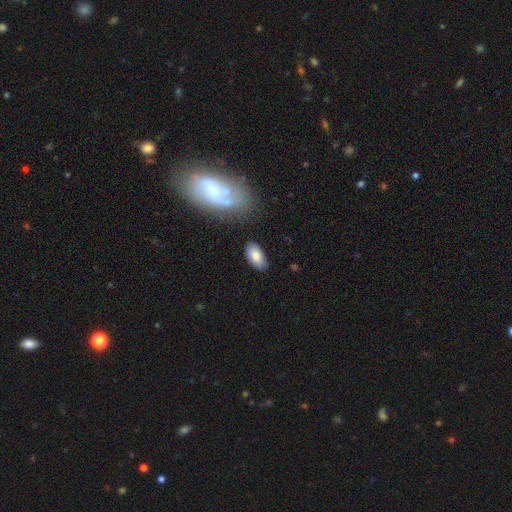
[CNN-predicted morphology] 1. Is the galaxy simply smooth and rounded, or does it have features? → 83% smooth, 10% featured or disk, 7% star or artifact.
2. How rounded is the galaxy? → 94% in between, 3% round, 3% cigar-shaped.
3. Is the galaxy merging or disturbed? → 79% none, 15% minor disturbance, 4% major disturbance, 3% merger.